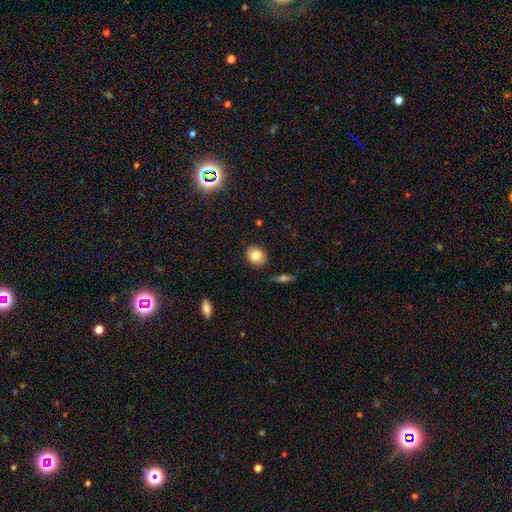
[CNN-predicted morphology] smooth 80%, featured or disk 10%, star or artifact 10%. Down the decision tree: how rounded — round (70%); merging — none (88%).